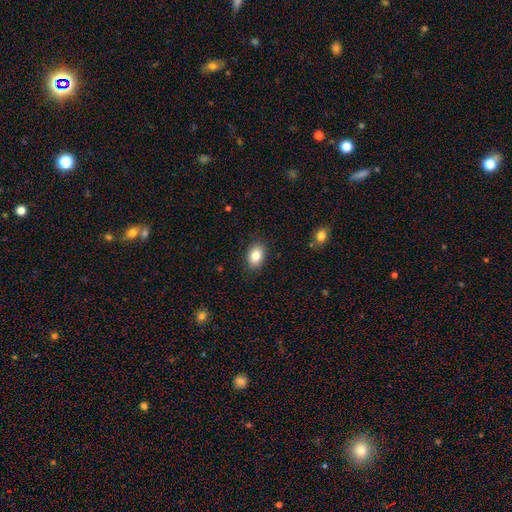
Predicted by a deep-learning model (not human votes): smooth-or-featured: smooth: 85% | star or artifact: 8% | featured or disk: 7%
  how-rounded: in between: 82% | round: 17% | cigar-shaped: 1%
  merging: none: 87% | minor disturbance: 9% | major disturbance: 2% | merger: 1%